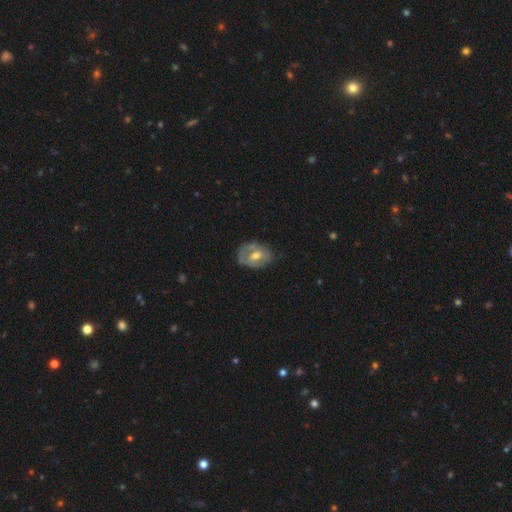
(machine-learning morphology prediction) The model was most divided on "bar": no: 48%, weak: 38%, strong: 14%. More confident: edge-on disk — no (94%); bulge size — moderate (70%); spiral arms — no (57%); smooth or featured — featured or disk (56%); merging — none (54%).